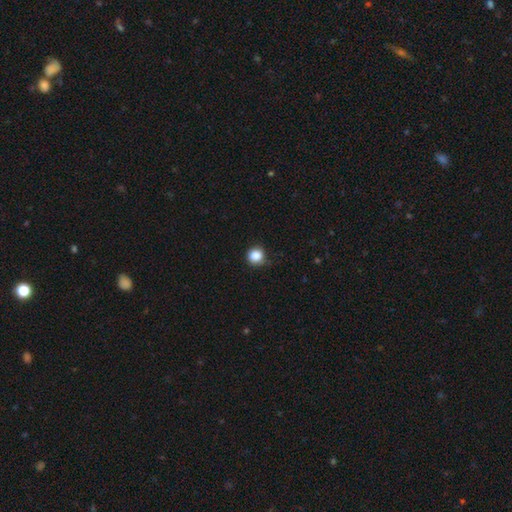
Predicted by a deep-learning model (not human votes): A smooth galaxy with no disk features (85%) that is round (91%).

Vote fractions:
- Smooth or featured? smooth: 85% / star or artifact: 11% / featured or disk: 4%
- How rounded? round: 91% / in between: 8% / cigar-shaped: 1%
- Merging? none: 77% / minor disturbance: 18% / major disturbance: 4% / merger: 1%